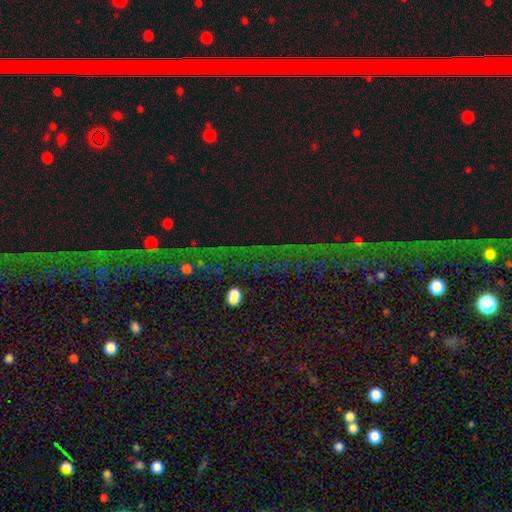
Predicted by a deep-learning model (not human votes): Smooth or featured? star or artifact (76%)